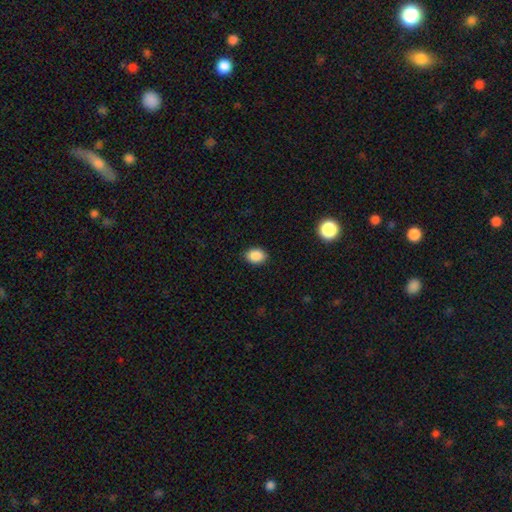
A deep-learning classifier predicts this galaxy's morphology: Q: Smooth or featured?
A: smooth (89%); runner-up: star or artifact (8%)
Q: How rounded?
A: in between (68%); runner-up: round (32%)
Q: Merging?
A: none (88%); runner-up: minor disturbance (9%)